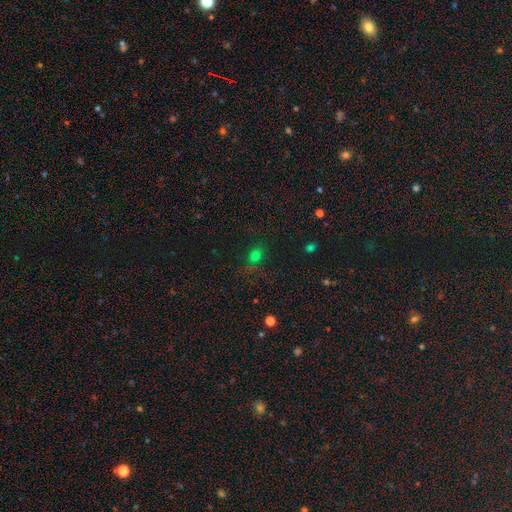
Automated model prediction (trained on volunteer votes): Smooth or featured?
  - smooth: 67% *
  - star or artifact: 26%
  - featured or disk: 7%
How rounded?
  - round: 63% *
  - in between: 35%
  - cigar-shaped: 2%
Merging?
  - none: 72% *
  - minor disturbance: 16%
  - major disturbance: 8%
  - merger: 4%